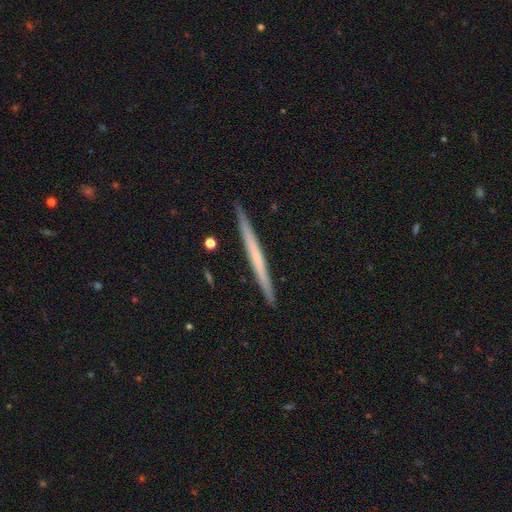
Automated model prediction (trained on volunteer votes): Smooth or featured? Predicted: featured or disk (p=0.53). Edge-on disk? Predicted: yes (p=0.98). Edge-on bulge? Predicted: none (p=0.86). Merging? Predicted: none (p=0.92).